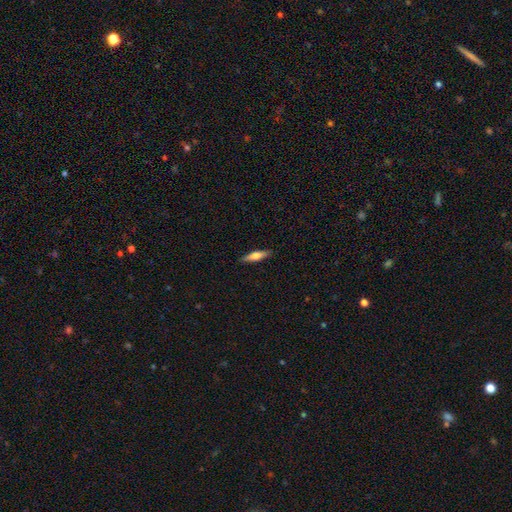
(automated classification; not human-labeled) Q: Smooth or featured?
A: smooth (52%); runner-up: featured or disk (42%)
Q: How rounded?
A: cigar-shaped (74%); runner-up: in between (24%)
Q: Merging?
A: none (89%); runner-up: minor disturbance (8%)